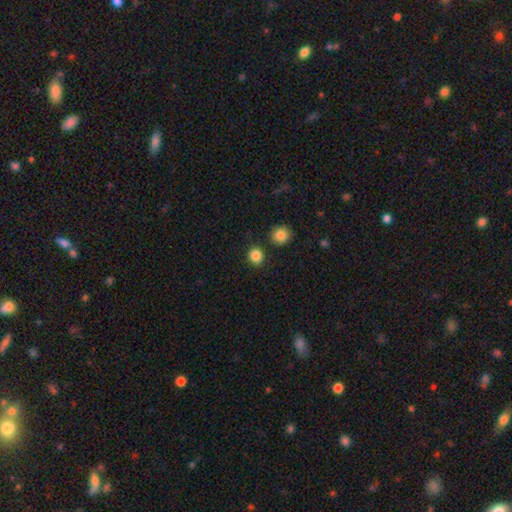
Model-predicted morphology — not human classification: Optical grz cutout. It shows a smooth galaxy with no disk features (86%) that is round (88%). Merging: none (88%).